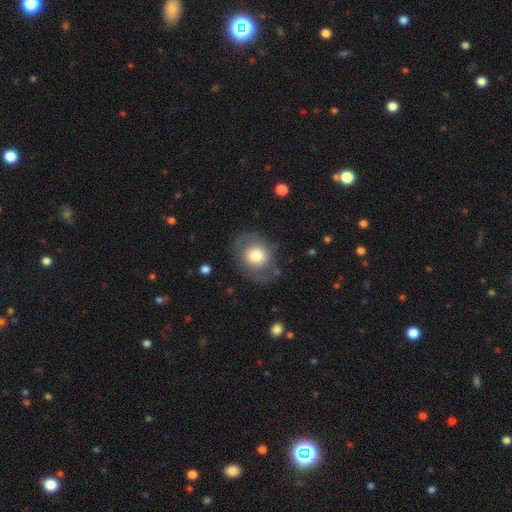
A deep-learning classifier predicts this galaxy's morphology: Q: Smooth or featured?
A: smooth (68%); runner-up: featured or disk (24%)
Q: How rounded?
A: round (51%); runner-up: in between (48%)
Q: Merging?
A: none (71%); runner-up: minor disturbance (17%)